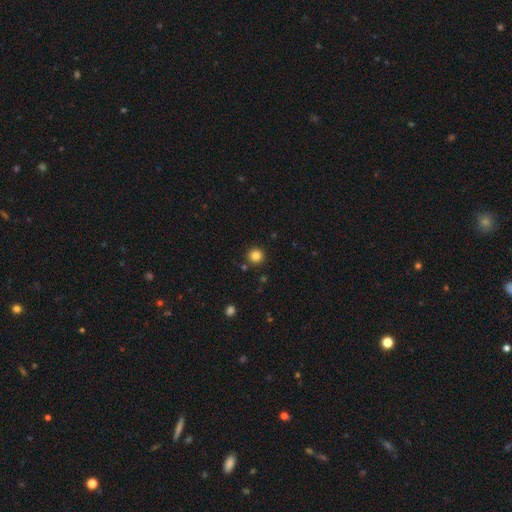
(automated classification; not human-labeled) smooth 84%, star or artifact 12%, featured or disk 5%. Down the decision tree: how rounded — round (95%); merging — none (90%).